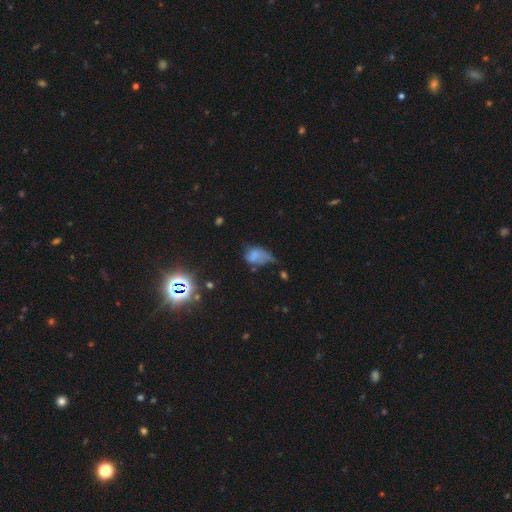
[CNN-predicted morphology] Q: Smooth or featured?
A: smooth (62%); runner-up: featured or disk (21%)
Q: How rounded?
A: in between (80%); runner-up: round (18%)
Q: Merging?
A: major disturbance (38%); runner-up: minor disturbance (34%)